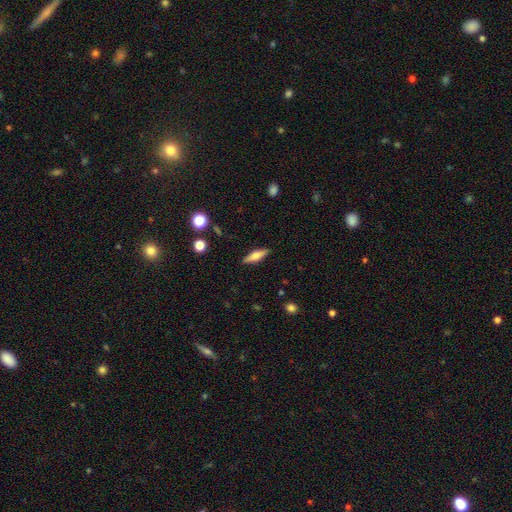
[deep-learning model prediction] Morphology: type=smooth (52%); roundness=cigar-shaped (63%); merging=none (88%).